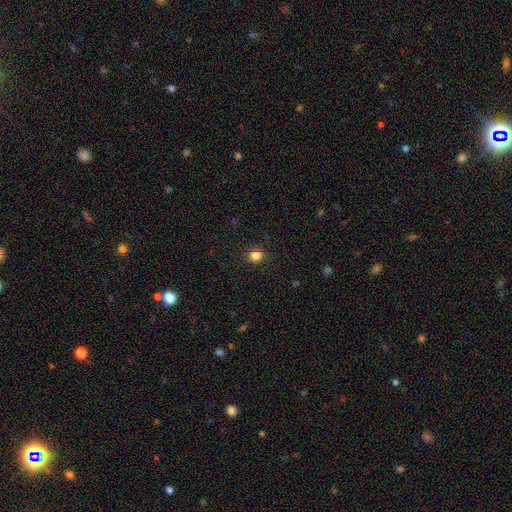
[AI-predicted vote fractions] This is clearly a smooth galaxy (83%). How rounded: likely round (66%). Merging: clearly none (90%).